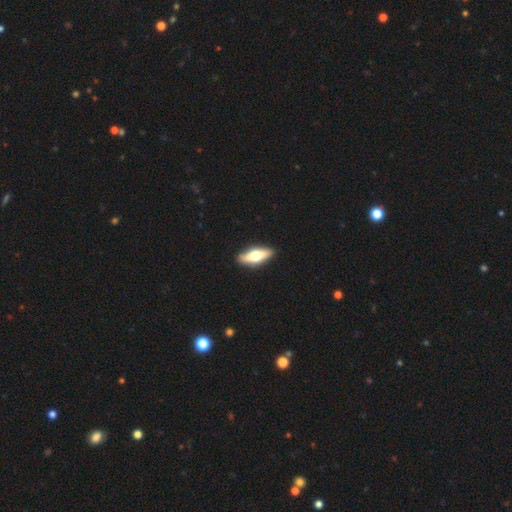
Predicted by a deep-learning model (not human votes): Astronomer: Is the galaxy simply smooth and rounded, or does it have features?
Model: featured or disk — 48% (runner-up: smooth, 47%).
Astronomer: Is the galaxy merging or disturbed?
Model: none — 90%.